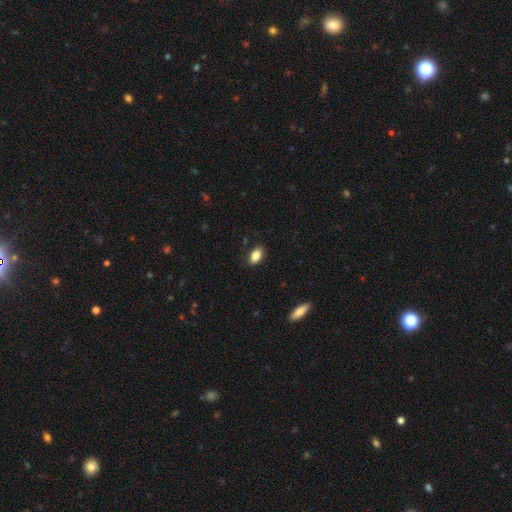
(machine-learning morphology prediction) This is clearly a smooth galaxy (86%). How rounded: clearly in between (89%). Merging: clearly none (87%).